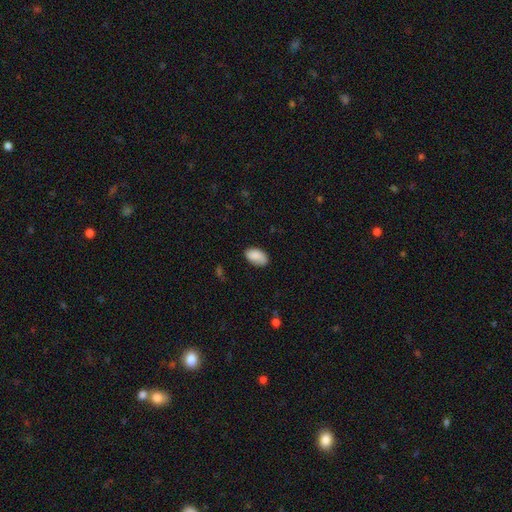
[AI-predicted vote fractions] Smooth or featured? Predicted: smooth (p=0.86). How rounded? Predicted: in between (p=0.94). Merging? Predicted: none (p=0.77).